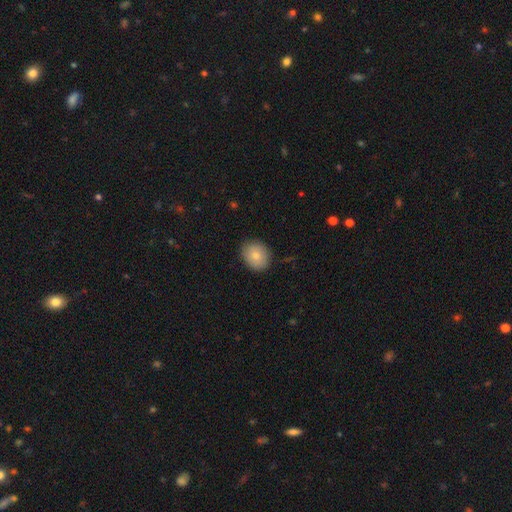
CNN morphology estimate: Smooth or featured? smooth (81%)
How rounded? round (65%)
Merging? none (87%)